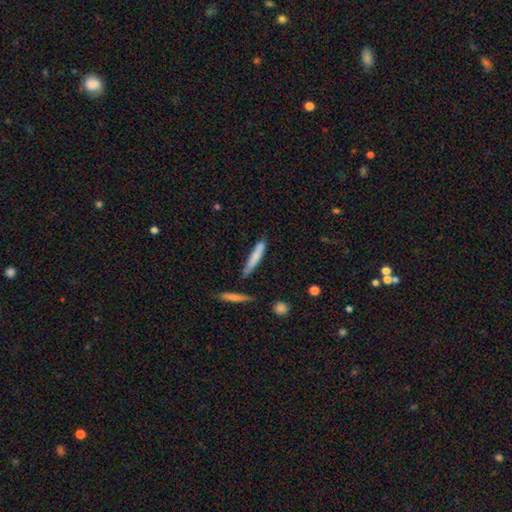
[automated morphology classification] Smooth or featured?
  - smooth: 76% *
  - featured or disk: 17%
  - star or artifact: 7%
How rounded?
  - cigar-shaped: 91% *
  - in between: 8%
  - round: 2%
Merging?
  - none: 67% *
  - minor disturbance: 19%
  - merger: 9%
  - major disturbance: 5%